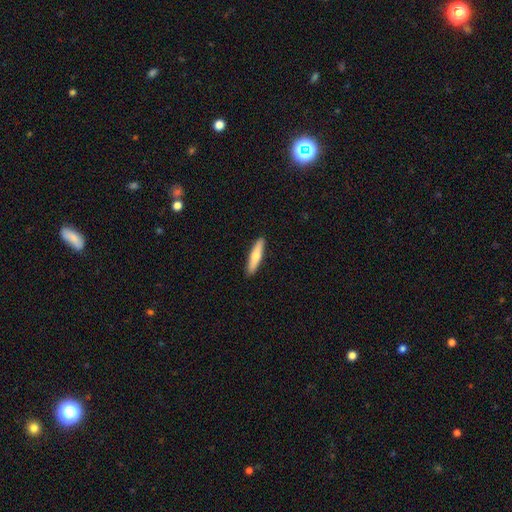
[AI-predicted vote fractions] The model was most divided on "smooth or featured": smooth: 65%, featured or disk: 30%, star or artifact: 5%. More confident: merging — none (91%); how rounded — cigar-shaped (83%).